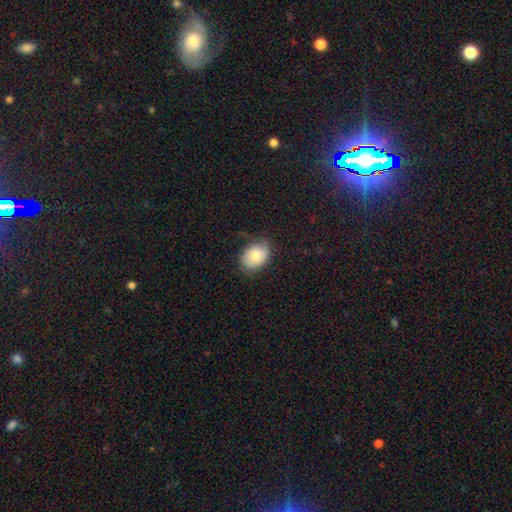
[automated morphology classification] Smooth or featured? smooth (79%)
How rounded? in between (67%)
Merging? none (66%)